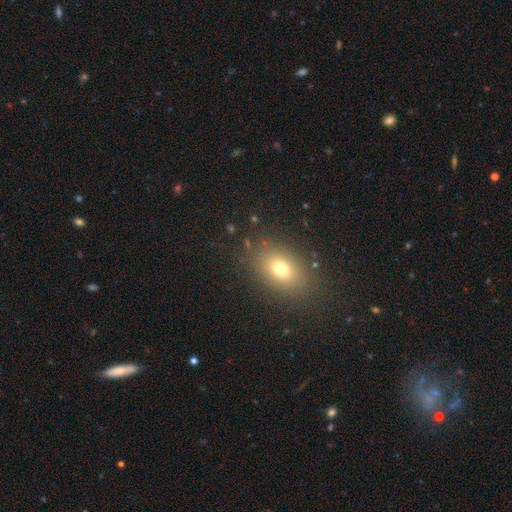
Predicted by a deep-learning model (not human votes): A smooth galaxy with no disk features (66%) that is in between round and cigar-shaped (71%). Merging: none (88%).